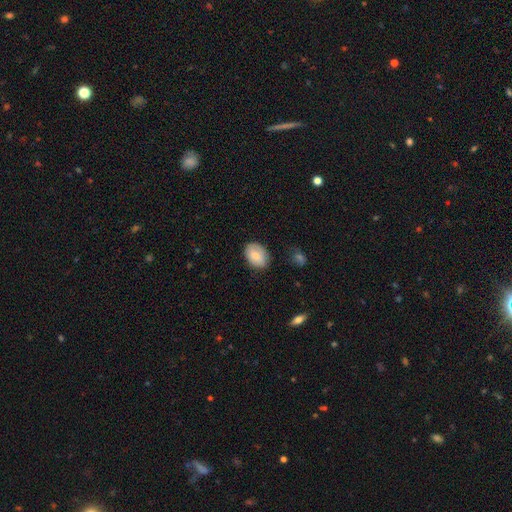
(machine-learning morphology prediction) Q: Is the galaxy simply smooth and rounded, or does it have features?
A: smooth — 76%.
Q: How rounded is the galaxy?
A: in between — 80%.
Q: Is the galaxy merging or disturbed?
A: none — 77%.